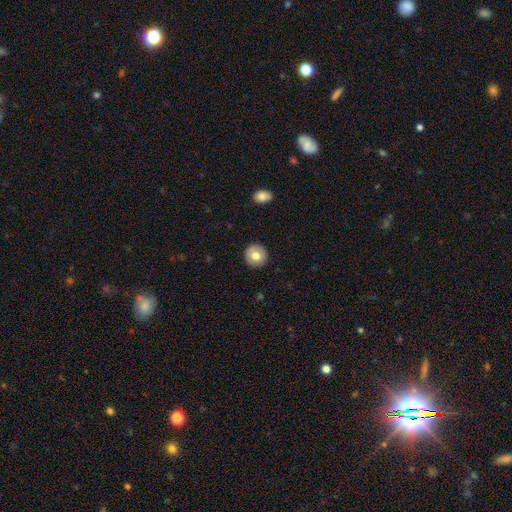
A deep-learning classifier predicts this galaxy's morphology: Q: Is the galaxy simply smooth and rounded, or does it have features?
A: smooth — 76%.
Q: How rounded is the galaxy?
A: round — 95%.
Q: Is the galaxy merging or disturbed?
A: none — 92%.